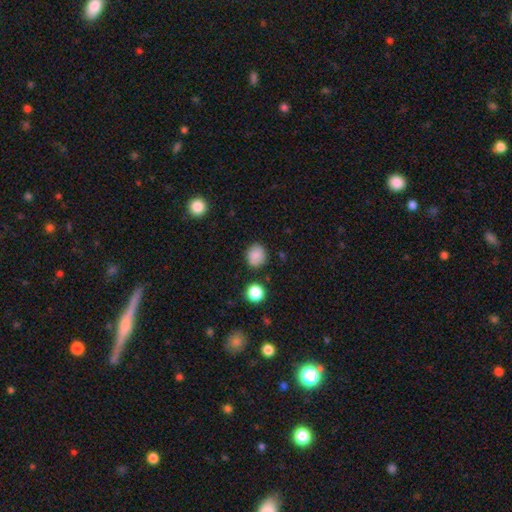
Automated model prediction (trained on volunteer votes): smooth_or_featured: smooth (p=0.84) [alt: star or artifact p=0.10]
how_rounded: round (p=0.74) [alt: in between p=0.25]
merging: none (p=0.84) [alt: minor disturbance p=0.11]